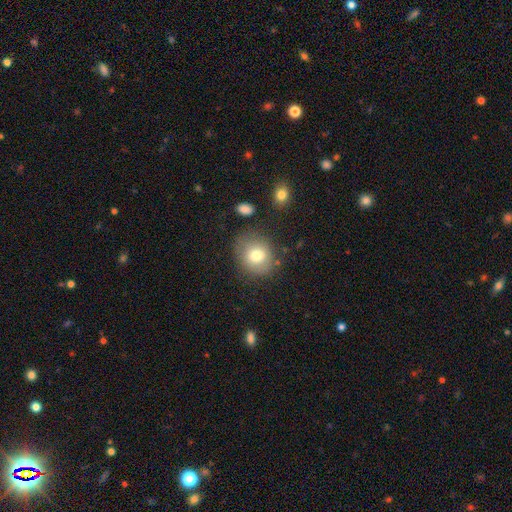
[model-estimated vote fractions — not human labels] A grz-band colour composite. It shows a smooth galaxy with no disk features (77%) that is round (74%). Merging: none (75%).